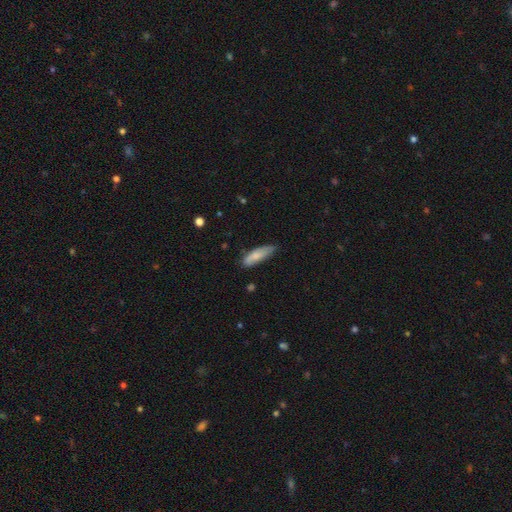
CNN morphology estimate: smooth 77%, featured or disk 17%, star or artifact 6%. Down the decision tree: how rounded — cigar-shaped (50%); merging — none (66%).